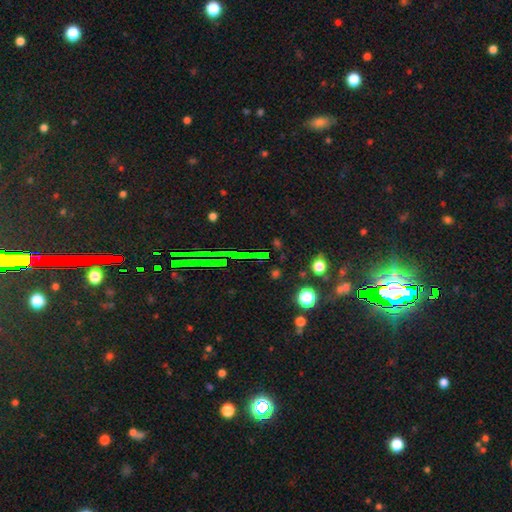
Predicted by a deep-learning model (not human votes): This appears to be a star or artifact, not a galaxy (69%).